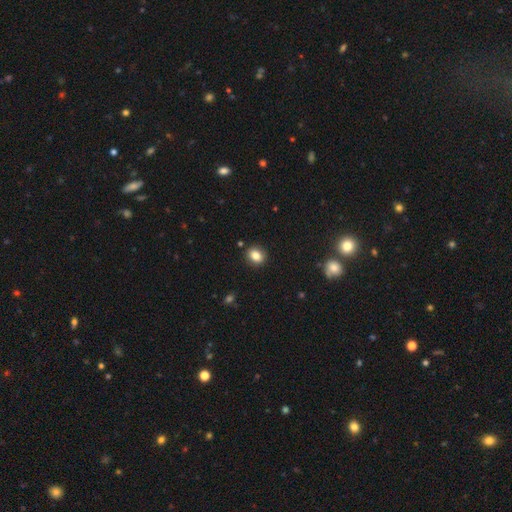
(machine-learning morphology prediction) smooth-or-featured: smooth: 83% | star or artifact: 10% | featured or disk: 7%
  how-rounded: round: 54% | in between: 44% | cigar-shaped: 1%
  merging: none: 88% | minor disturbance: 8% | major disturbance: 2% | merger: 2%